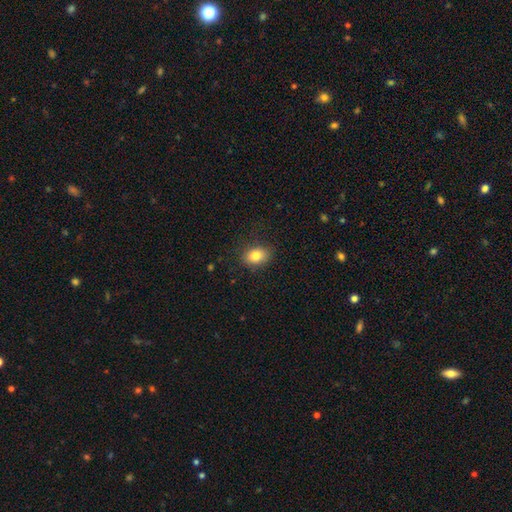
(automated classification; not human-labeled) smooth 83%, star or artifact 9%, featured or disk 8%. Down the decision tree: how rounded — in between (73%); merging — none (85%).